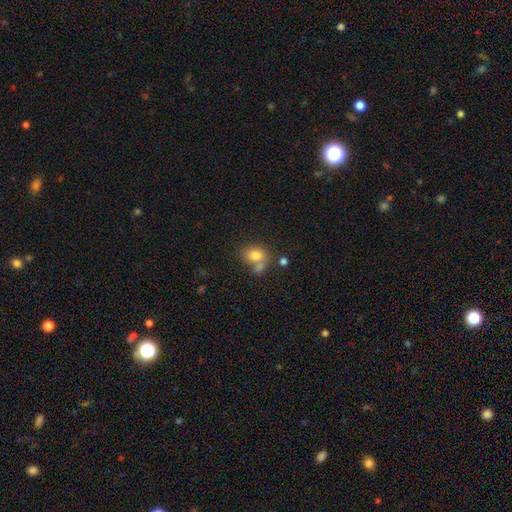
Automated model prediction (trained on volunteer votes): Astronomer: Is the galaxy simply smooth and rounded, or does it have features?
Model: smooth — 78%.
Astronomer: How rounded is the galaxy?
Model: in between — 52% (runner-up: round, 47%).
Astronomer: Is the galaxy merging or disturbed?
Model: none — 43% (runner-up: merger, 33%).